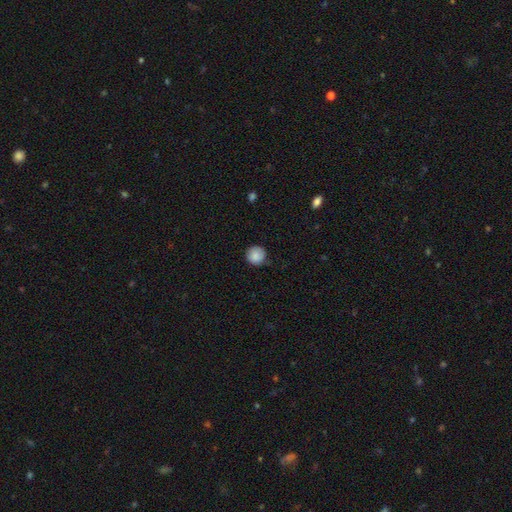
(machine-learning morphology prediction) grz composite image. It shows a smooth galaxy with no disk features (86%) that is round (94%). Merging: none (81%).